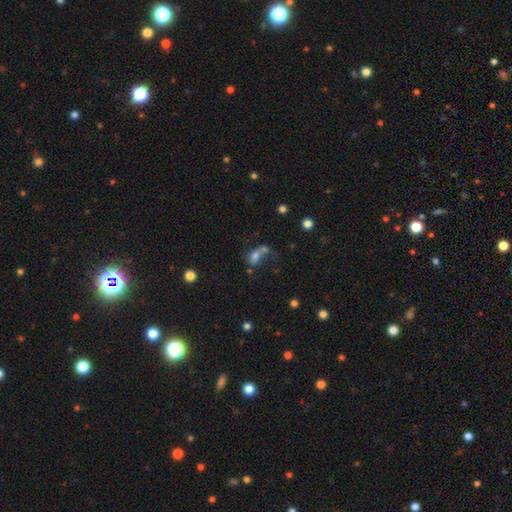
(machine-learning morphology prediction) Overall: smooth (65%). How rounded: in between (68%; round 29%). Merging: merger (52%; none 25%).